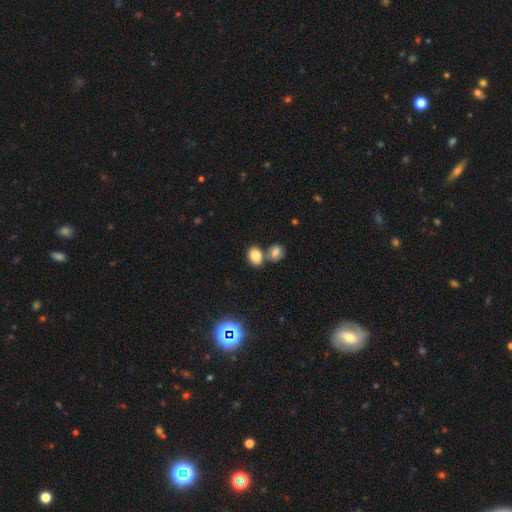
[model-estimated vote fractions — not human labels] A smooth galaxy with no disk features (80%) that is in between round and cigar-shaped (66%).

Vote fractions:
- Smooth or featured? smooth: 80% / star or artifact: 11% / featured or disk: 9%
- How rounded? in between: 66% / round: 33% / cigar-shaped: 1%
- Merging? none: 52% / merger: 34% / minor disturbance: 11% / major disturbance: 3%